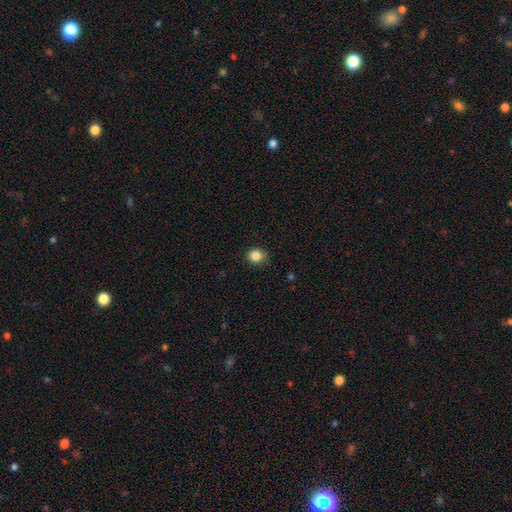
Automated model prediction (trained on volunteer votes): Overall: smooth (85%). How rounded: round (83%). Merging: none (78%).